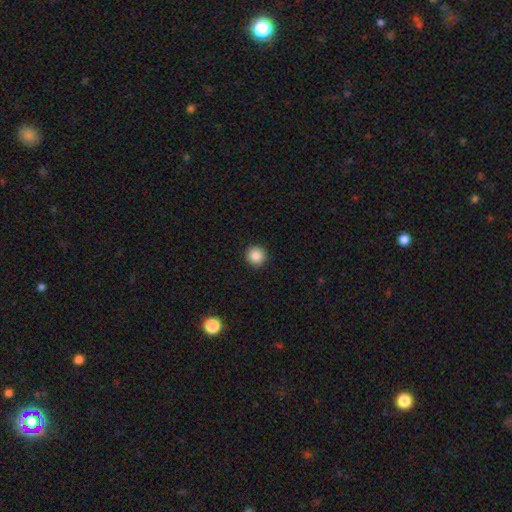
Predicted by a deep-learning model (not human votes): smooth 87%, star or artifact 9%, featured or disk 3%. Down the decision tree: how rounded — round (95%); merging — none (93%).